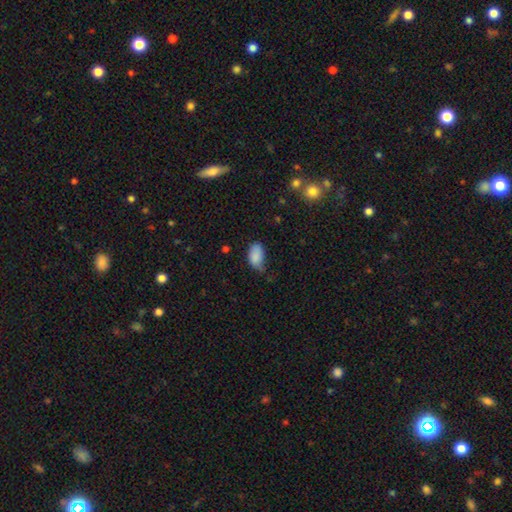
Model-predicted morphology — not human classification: Q: Smooth or featured?
A: smooth (86%); runner-up: star or artifact (8%)
Q: How rounded?
A: in between (93%); runner-up: round (5%)
Q: Merging?
A: none (45%); runner-up: minor disturbance (42%)